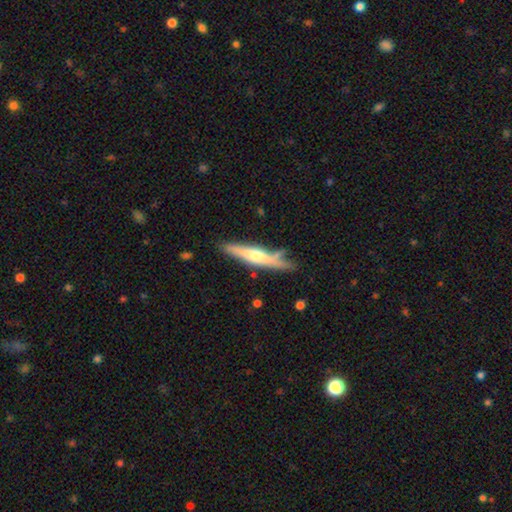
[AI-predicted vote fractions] smooth_or_featured: featured or disk (p=0.58) [alt: smooth p=0.36]
disk_edge_on: yes (p=0.94) [alt: no p=0.06]
edge_on_bulge: rounded (p=0.81) [alt: none p=0.13]
merging: none (p=0.74) [alt: minor disturbance p=0.17]